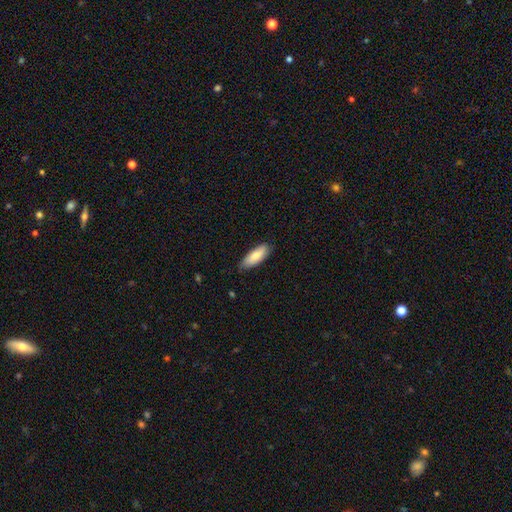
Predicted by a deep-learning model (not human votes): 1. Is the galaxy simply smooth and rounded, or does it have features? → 78% smooth, 16% featured or disk, 6% star or artifact.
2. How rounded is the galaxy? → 70% in between, 29% cigar-shaped, 2% round.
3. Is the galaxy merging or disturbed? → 79% none, 18% minor disturbance, 2% major disturbance, 1% merger.